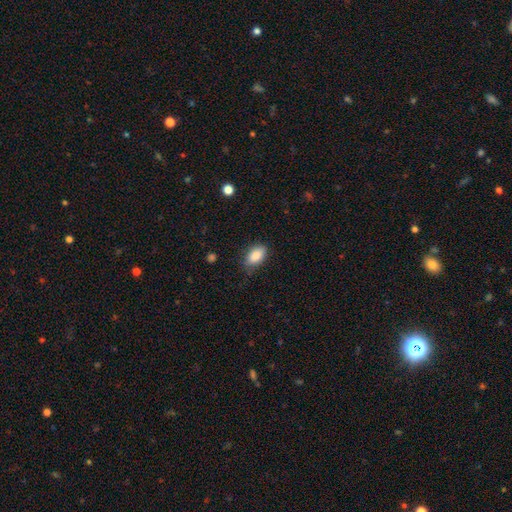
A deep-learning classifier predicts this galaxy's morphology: Smooth or featured?
  - smooth: 87% *
  - star or artifact: 7%
  - featured or disk: 6%
How rounded?
  - in between: 91% *
  - round: 6%
  - cigar-shaped: 3%
Merging?
  - none: 77% *
  - minor disturbance: 19%
  - major disturbance: 4%
  - merger: 1%